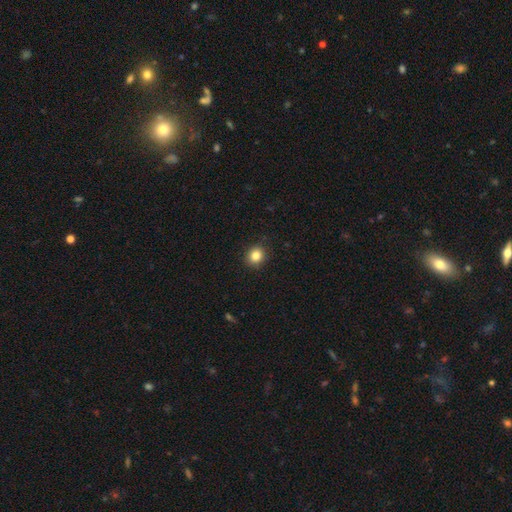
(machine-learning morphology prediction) Smooth or featured: smooth — 84% (star or artifact — 10%)
How rounded: round — 75% (in between — 24%)
Merging: none — 91% (minor disturbance — 7%)